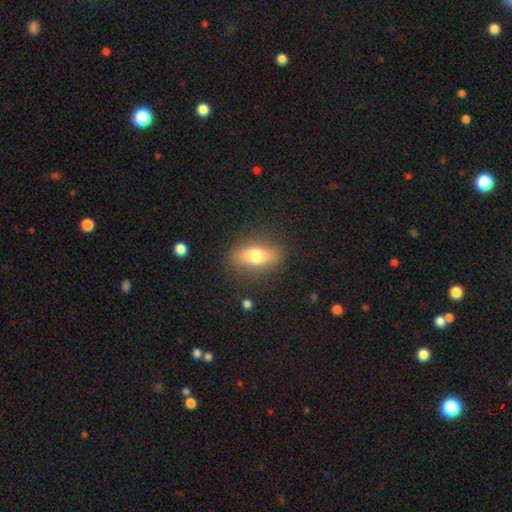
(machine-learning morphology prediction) Overall: smooth (65%; featured or disk 27%). How rounded: in between (69%). Merging: none (83%).